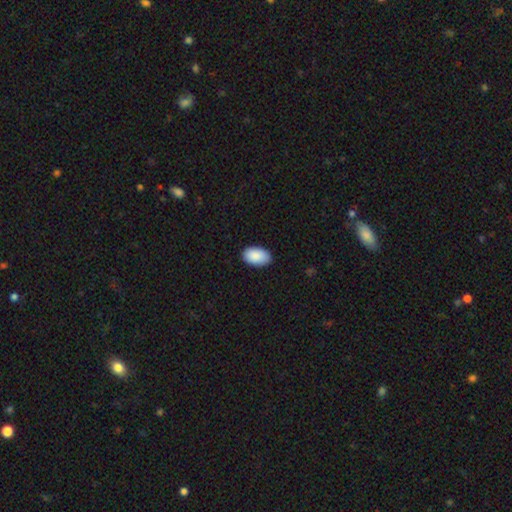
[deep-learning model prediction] Smooth or featured? Predicted: smooth (p=0.90). How rounded? Predicted: in between (p=0.95). Merging? Predicted: none (p=0.87).